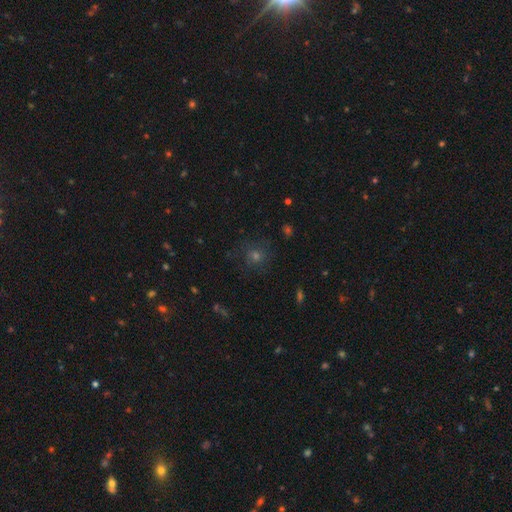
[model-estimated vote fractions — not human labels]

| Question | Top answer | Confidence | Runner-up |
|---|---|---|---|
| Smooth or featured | smooth | 43% | star or artifact (38%) |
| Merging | none | 80% | minor disturbance (12%) |